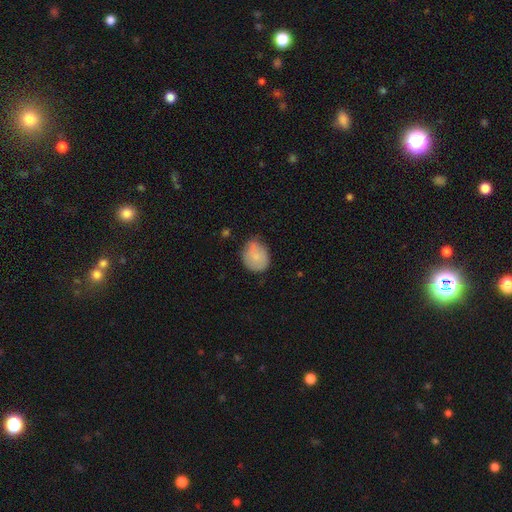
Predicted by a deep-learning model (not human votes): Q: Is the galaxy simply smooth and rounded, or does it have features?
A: smooth — 78%.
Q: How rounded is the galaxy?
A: round — 55%.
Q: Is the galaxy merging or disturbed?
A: none — 54%.